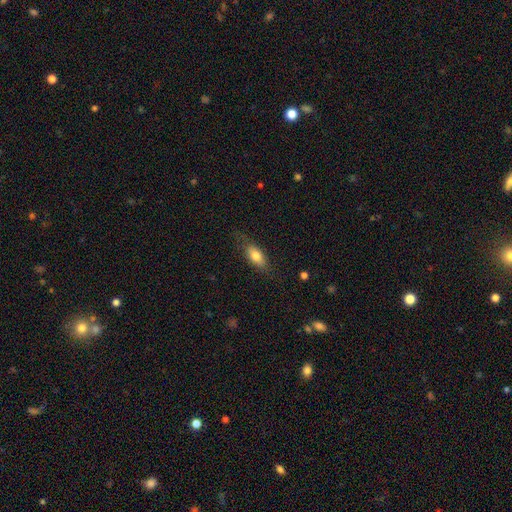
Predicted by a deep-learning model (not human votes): smooth-or-featured: smooth: 76% | featured or disk: 17% | star or artifact: 7%
  how-rounded: in between: 82% | cigar-shaped: 13% | round: 5%
  merging: none: 72% | minor disturbance: 20% | major disturbance: 7% | merger: 1%